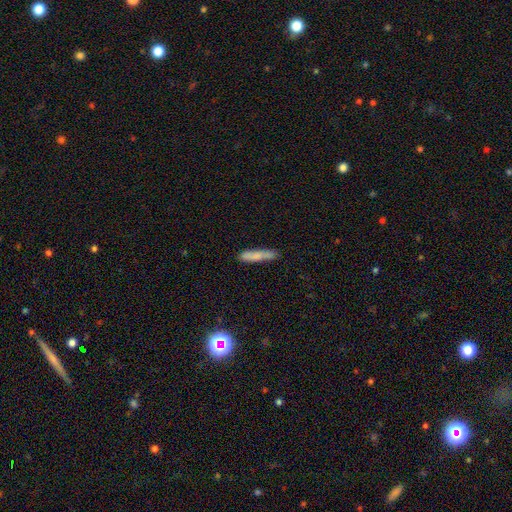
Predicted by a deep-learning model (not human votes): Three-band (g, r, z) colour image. It shows a smooth galaxy with no disk features (76%) that is cigar-shaped (88%). Merging: none (78%).